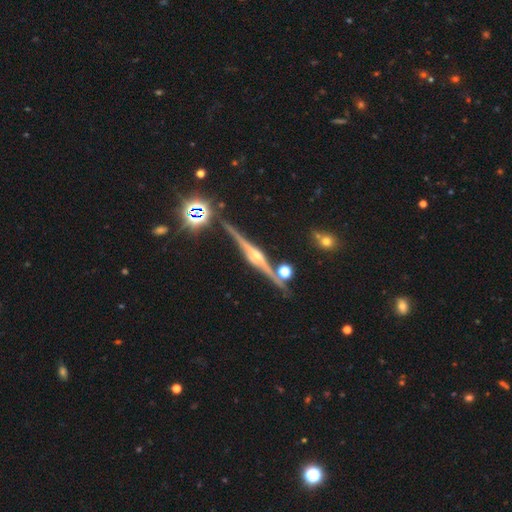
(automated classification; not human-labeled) A featured or disk galaxy (86%) viewed edge-on (98%) with a rounded central bulge (83%). Merging: none (86%).